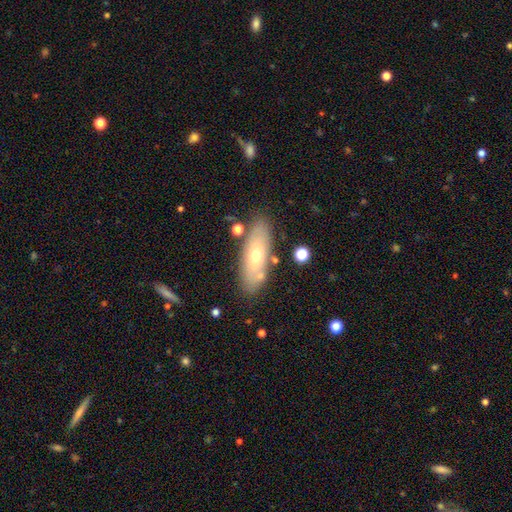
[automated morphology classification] smooth 55%, featured or disk 37%, star or artifact 8%. Down the decision tree: how rounded — in between (67%); merging — none (80%).